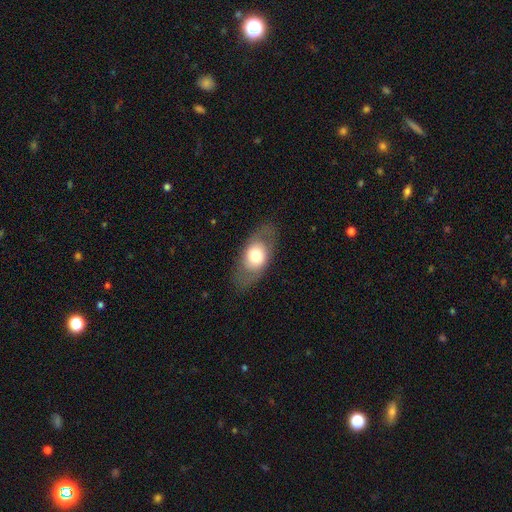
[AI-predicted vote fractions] smooth_or_featured: smooth (p=0.56) [alt: featured or disk p=0.37]
how_rounded: in between (p=0.83) [alt: round p=0.15]
merging: none (p=0.80) [alt: minor disturbance p=0.12]